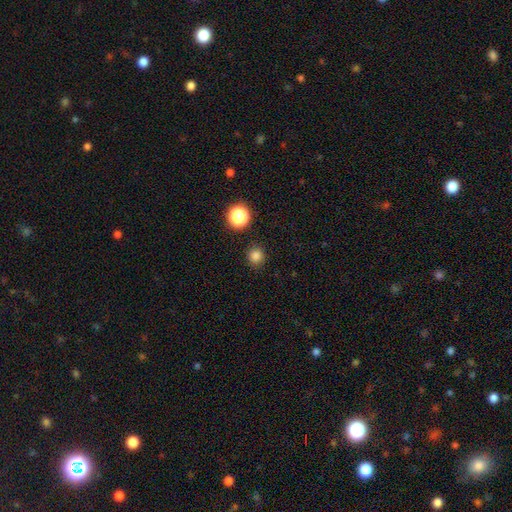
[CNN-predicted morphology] Smooth or featured? smooth (81%)
How rounded? round (93%)
Merging? none (90%)